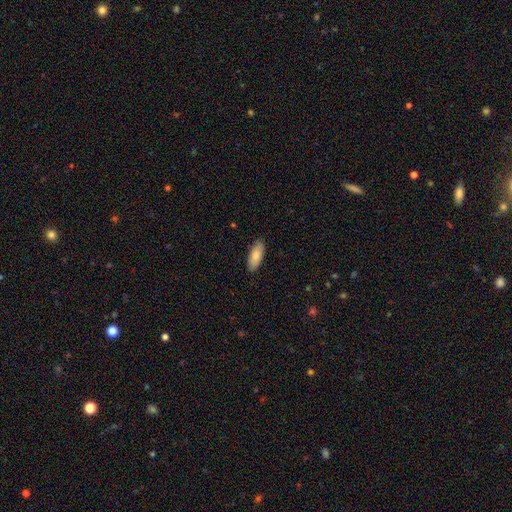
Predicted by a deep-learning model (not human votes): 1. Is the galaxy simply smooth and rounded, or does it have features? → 84% smooth, 10% featured or disk, 6% star or artifact.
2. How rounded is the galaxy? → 78% in between, 20% cigar-shaped, 2% round.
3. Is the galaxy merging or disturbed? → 89% none, 9% minor disturbance, 2% major disturbance, 1% merger.